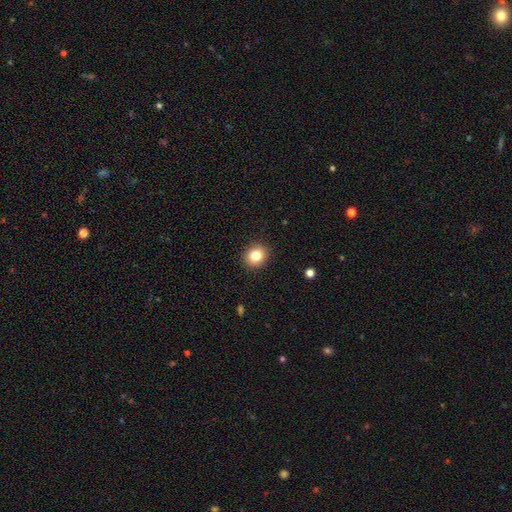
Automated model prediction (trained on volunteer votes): A smooth galaxy with no disk features (82%) that is round (73%).

Vote fractions:
- Smooth or featured? smooth: 82% / star or artifact: 10% / featured or disk: 7%
- How rounded? round: 73% / in between: 26% / cigar-shaped: 1%
- Merging? none: 91% / minor disturbance: 6% / major disturbance: 2% / merger: 1%